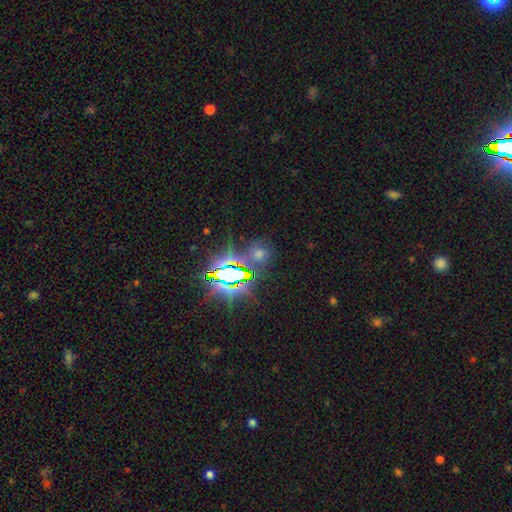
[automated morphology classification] A star or artifact, not a galaxy (64%).